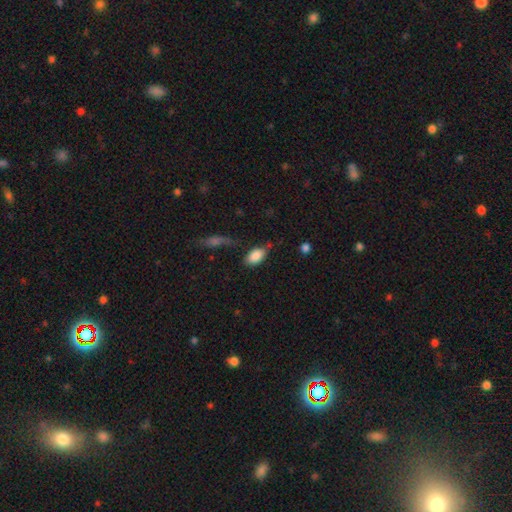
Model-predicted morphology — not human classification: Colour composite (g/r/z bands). It shows a smooth galaxy with no disk features (85%) that is in between round and cigar-shaped (91%). Merging: none (60%).